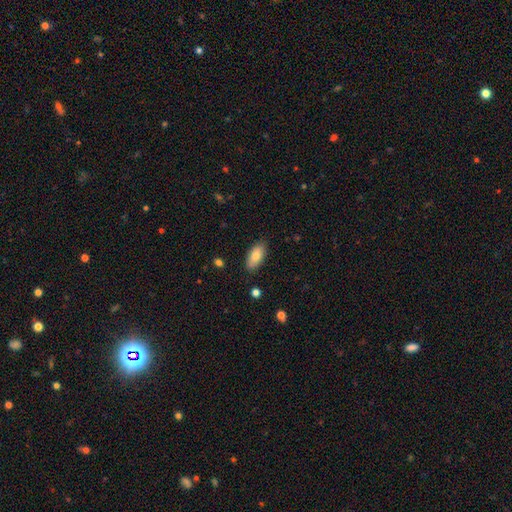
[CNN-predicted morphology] Smooth or featured: smooth — 81% (featured or disk — 13%)
How rounded: in between — 89% (cigar-shaped — 8%)
Merging: none — 85% (minor disturbance — 11%)